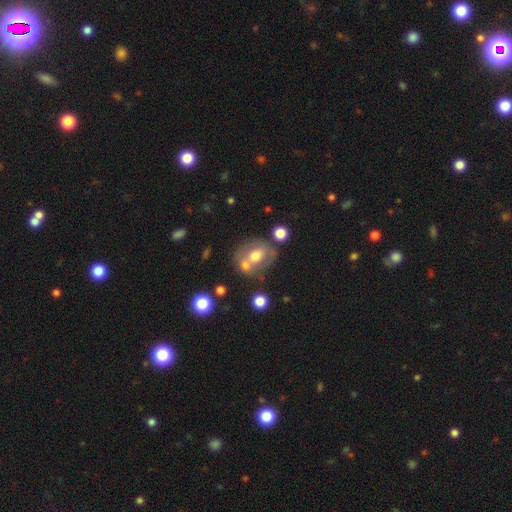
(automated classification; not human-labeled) Morphology: type=smooth (53%); roundness=round (61%); merging=none (46%).